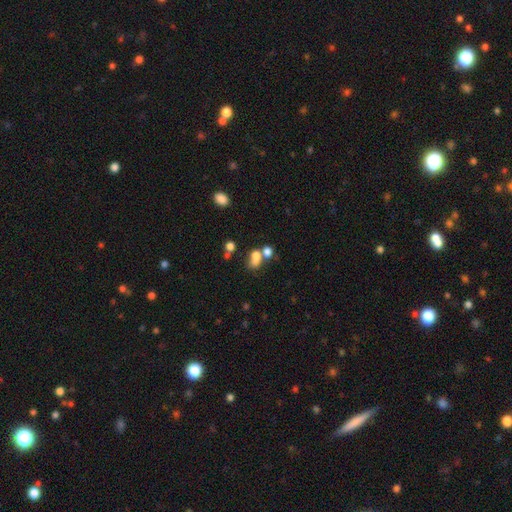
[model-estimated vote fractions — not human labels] smooth 69%, featured or disk 16%, star or artifact 15%. Down the decision tree: how rounded — in between (52%); merging — merger (53%).